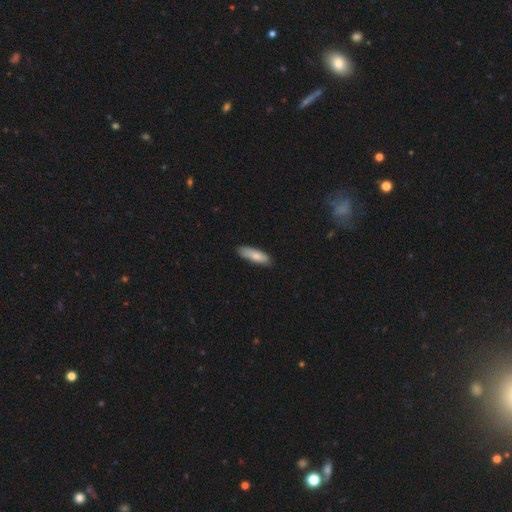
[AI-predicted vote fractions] smooth_or_featured: smooth (p=0.79) [alt: featured or disk p=0.15]
how_rounded: cigar-shaped (p=0.51) [alt: in between p=0.47]
merging: none (p=0.83) [alt: minor disturbance p=0.14]